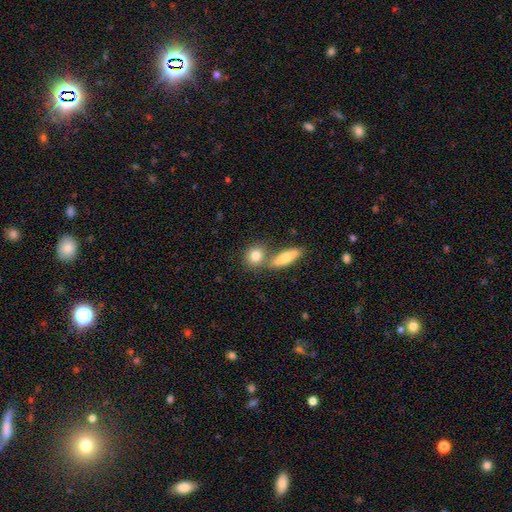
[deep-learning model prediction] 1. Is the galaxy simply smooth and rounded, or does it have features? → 81% smooth, 12% featured or disk, 7% star or artifact.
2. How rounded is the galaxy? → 58% round, 36% in between, 6% cigar-shaped.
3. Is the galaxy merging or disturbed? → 53% none, 35% merger, 9% minor disturbance, 3% major disturbance.